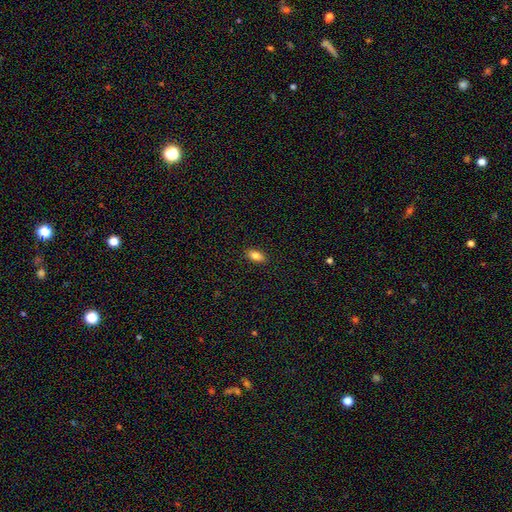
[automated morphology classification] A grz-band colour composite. It shows a smooth galaxy with no disk features (83%) that is in between round and cigar-shaped (88%). Merging: none (89%).